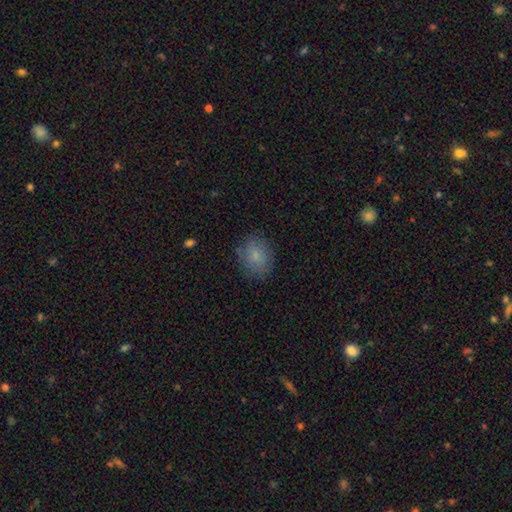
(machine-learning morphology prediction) A smooth galaxy with no disk features (80%) that is round (53%).

Vote fractions:
- Smooth or featured? smooth: 80% / featured or disk: 10% / star or artifact: 9%
- How rounded? round: 53% / in between: 46% / cigar-shaped: 1%
- Merging? none: 78% / minor disturbance: 16% / major disturbance: 5% / merger: 1%